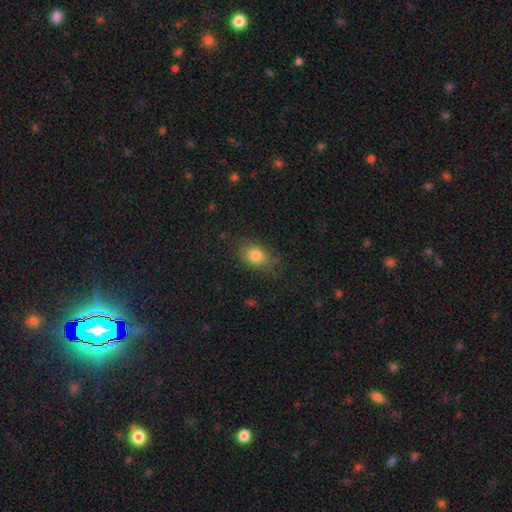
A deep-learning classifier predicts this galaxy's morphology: Smooth or featured?
  - smooth: 81% *
  - star or artifact: 10%
  - featured or disk: 9%
How rounded?
  - in between: 73% *
  - round: 25%
  - cigar-shaped: 2%
Merging?
  - none: 74% *
  - minor disturbance: 18%
  - major disturbance: 6%
  - merger: 1%